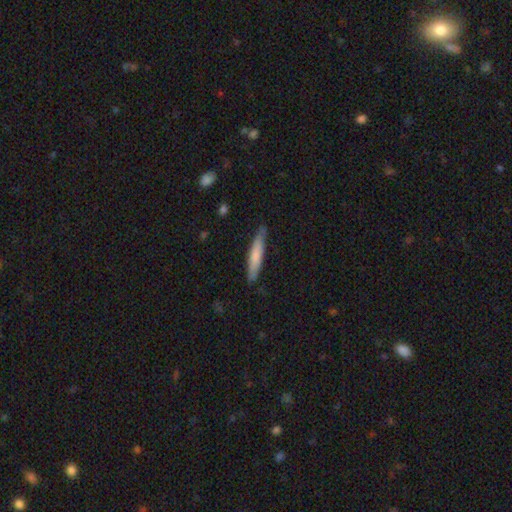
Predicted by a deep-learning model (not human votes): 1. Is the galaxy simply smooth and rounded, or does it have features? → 70% smooth, 25% featured or disk, 5% star or artifact.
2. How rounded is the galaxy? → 90% cigar-shaped, 8% in between, 1% round.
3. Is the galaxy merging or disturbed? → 80% none, 16% minor disturbance, 2% major disturbance, 1% merger.